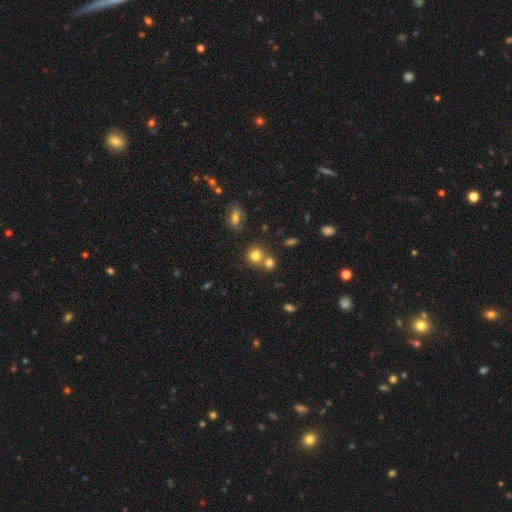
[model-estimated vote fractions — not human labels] smooth_or_featured: smooth (p=0.77) [alt: star or artifact p=0.14]
how_rounded: round (p=0.83) [alt: in between p=0.16]
merging: none (p=0.54) [alt: merger p=0.34]